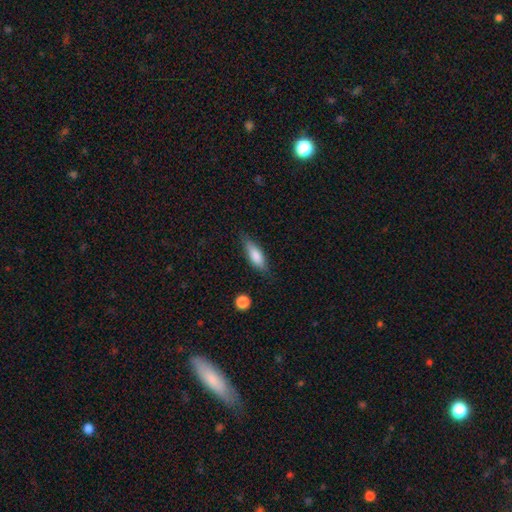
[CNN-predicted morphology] smooth-or-featured: smooth: 76% | featured or disk: 17% | star or artifact: 7%
  how-rounded: in between: 55% | cigar-shaped: 42% | round: 2%
  merging: none: 78% | minor disturbance: 17% | major disturbance: 4% | merger: 2%